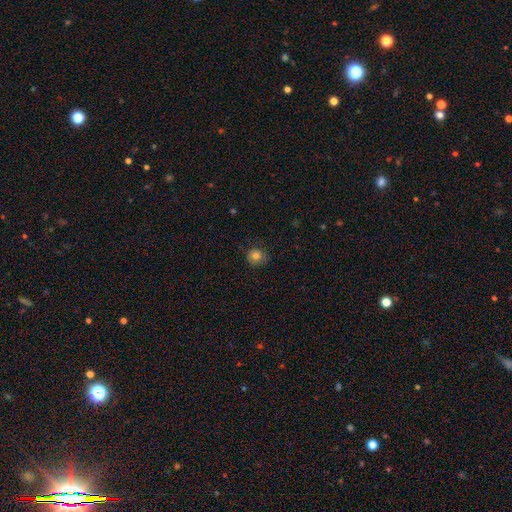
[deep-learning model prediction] This appears to be a smooth galaxy with no disk features (79%) that is round (84%). Merging: none (78%).